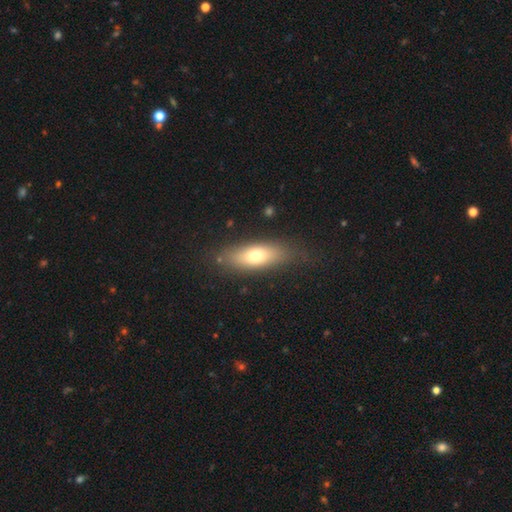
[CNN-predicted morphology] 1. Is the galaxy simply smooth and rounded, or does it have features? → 68% smooth, 24% featured or disk, 8% star or artifact.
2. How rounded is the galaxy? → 63% in between, 33% cigar-shaped, 3% round.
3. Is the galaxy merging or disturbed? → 77% none, 16% minor disturbance, 5% major disturbance, 2% merger.